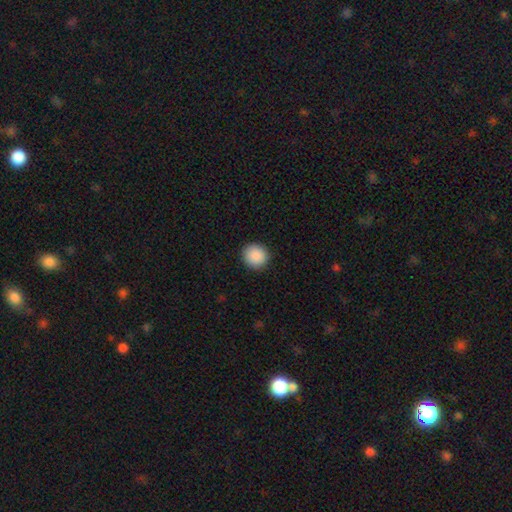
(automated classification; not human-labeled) smooth 90%, star or artifact 8%, featured or disk 2%. Down the decision tree: how rounded — round (92%); merging — none (92%).